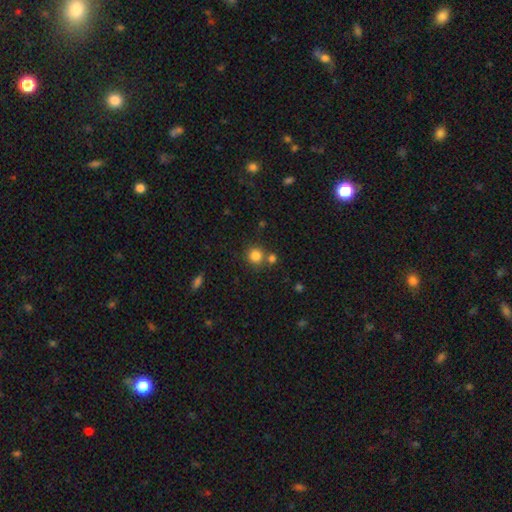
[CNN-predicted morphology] This appears to be a smooth galaxy with no disk features (82%) that is round (91%). Merging: none (69%).